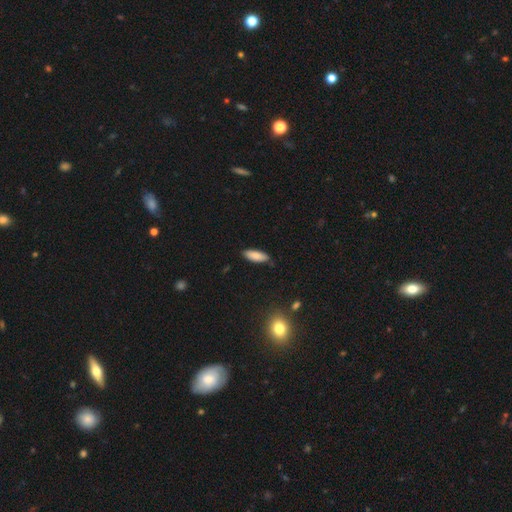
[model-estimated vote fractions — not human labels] smooth 83%, featured or disk 11%, star or artifact 7%. Down the decision tree: how rounded — in between (67%); merging — none (84%).